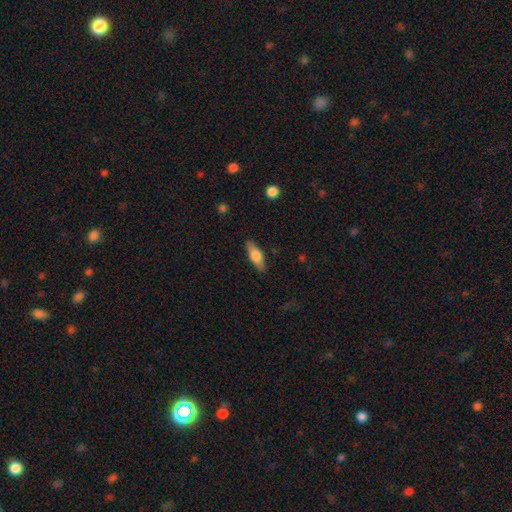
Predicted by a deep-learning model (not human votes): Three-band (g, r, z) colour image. It shows a smooth galaxy with no disk features (65%) that is in between round and cigar-shaped (62%). Merging: none (87%).